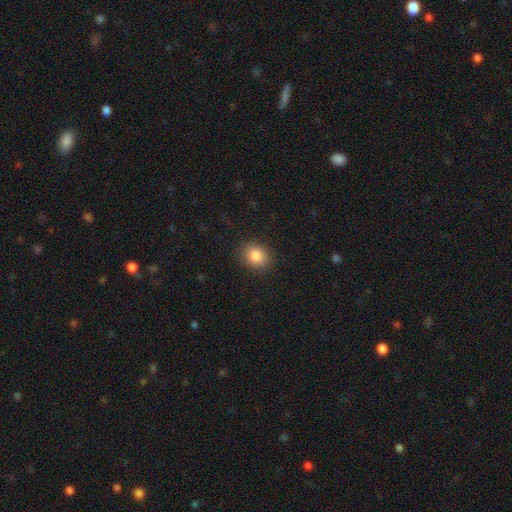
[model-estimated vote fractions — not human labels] smooth 86%, star or artifact 10%, featured or disk 5%. Down the decision tree: how rounded — round (63%); merging — none (88%).